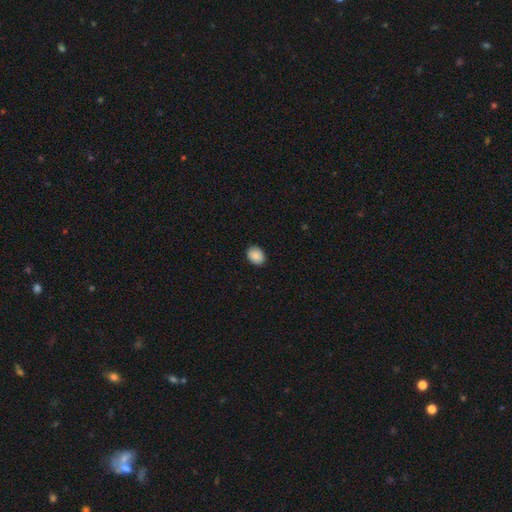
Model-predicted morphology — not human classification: Smooth or featured?
  - smooth: 89% *
  - star or artifact: 7%
  - featured or disk: 4%
How rounded?
  - in between: 67% *
  - round: 32%
  - cigar-shaped: 1%
Merging?
  - none: 89% *
  - minor disturbance: 9%
  - major disturbance: 2%
  - merger: 1%